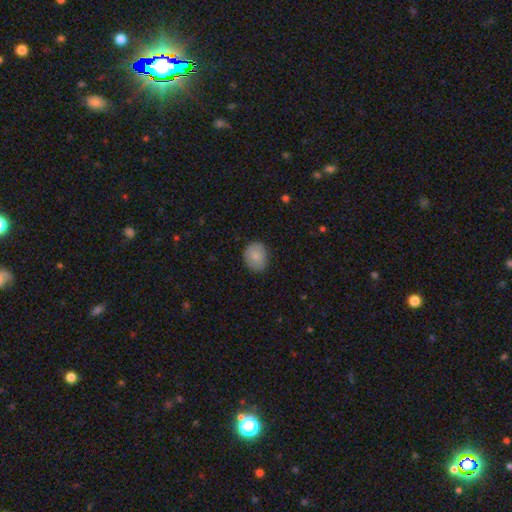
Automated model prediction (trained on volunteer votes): A smooth galaxy with no disk features (81%) that is round (60%).

Vote fractions:
- Smooth or featured? smooth: 81% / featured or disk: 11% / star or artifact: 7%
- How rounded? round: 60% / in between: 39% / cigar-shaped: 1%
- Merging? none: 80% / minor disturbance: 16% / major disturbance: 3% / merger: 1%